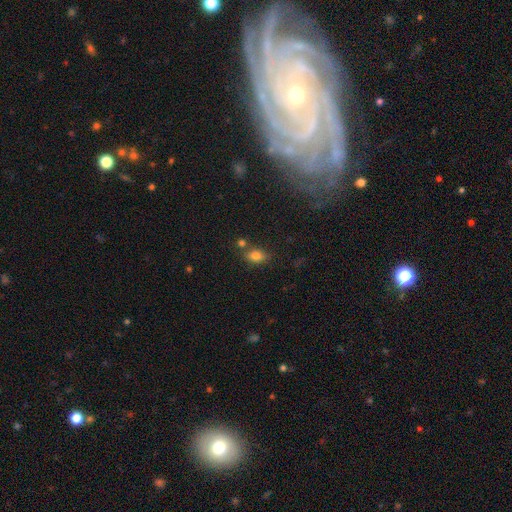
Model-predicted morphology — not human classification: type=smooth (78%); roundness=in between (78%); merging=none (66%).